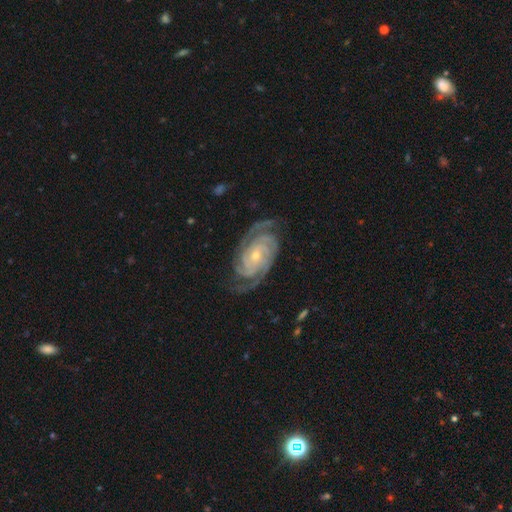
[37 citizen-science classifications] Smooth or featured: featured or disk — 95% (smooth — 5%)
Edge-on disk: no — 94% (yes — 6%)
Bar: no — 79% (weak — 12%)
Spiral arms: yes — 100%
Spiral winding: tight — 58% (medium — 36%)
Spiral arm count: 2 — 55% (4 — 18%)
Bulge size: small — 64% (moderate — 30%)
Merging: none — 81% (minor disturbance — 19%)